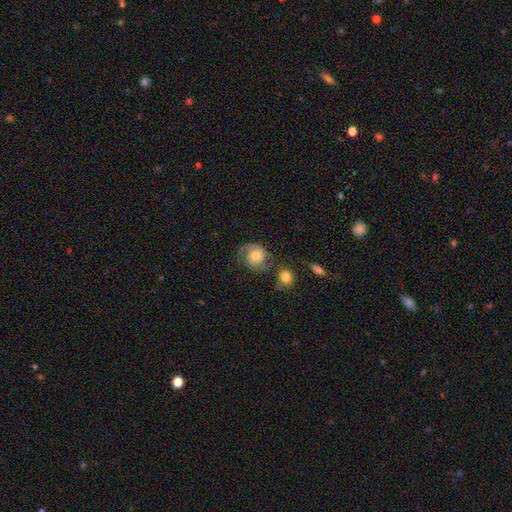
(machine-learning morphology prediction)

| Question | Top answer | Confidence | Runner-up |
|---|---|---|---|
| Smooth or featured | featured or disk | 57% | smooth (35%) |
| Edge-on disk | no | 98% | yes (2%) |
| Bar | no | 79% | weak (18%) |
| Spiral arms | yes | 89% | no (11%) |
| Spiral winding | tight | 39% | medium (38%) |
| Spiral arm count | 2 | 46% | 1 (43%) |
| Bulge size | moderate | 43% | small (31%) |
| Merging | none | 52% | minor disturbance (21%) |